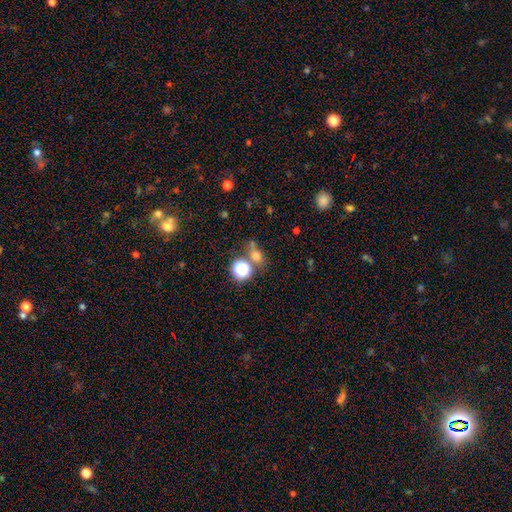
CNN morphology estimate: A smooth galaxy with no disk features (53%) that is round (66%).

Vote fractions:
- Smooth or featured? smooth: 53% / star or artifact: 38% / featured or disk: 9%
- How rounded? round: 66% / in between: 30% / cigar-shaped: 4%
- Merging? none: 64% / merger: 18% / minor disturbance: 11% / major disturbance: 6%